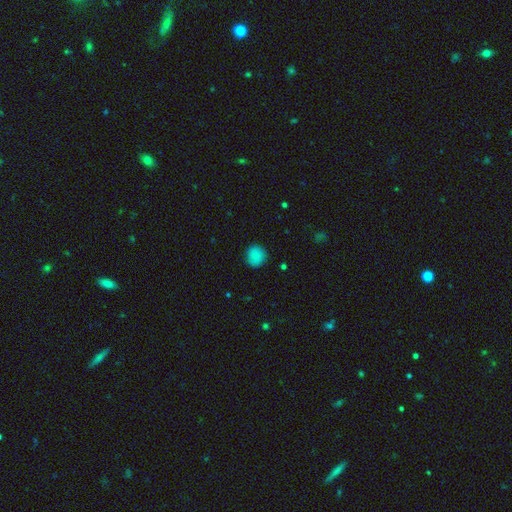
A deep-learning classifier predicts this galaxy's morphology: The model was most divided on "smooth or featured": smooth: 84%, star or artifact: 10%, featured or disk: 6%. More confident: how rounded — round (89%); merging — none (86%).